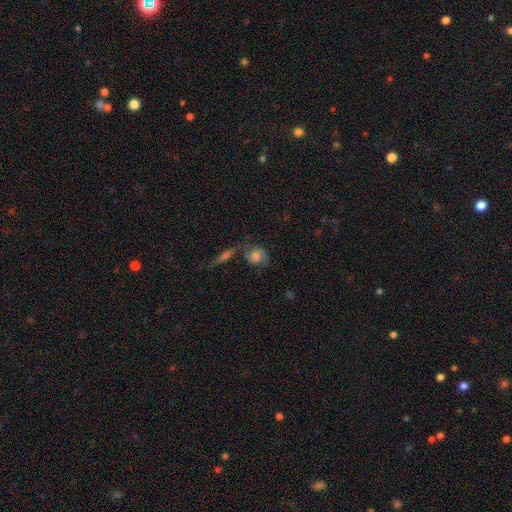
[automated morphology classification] smooth_or_featured: featured or disk (p=0.46) [alt: smooth p=0.42]
merging: none (p=0.56) [alt: minor disturbance p=0.18]